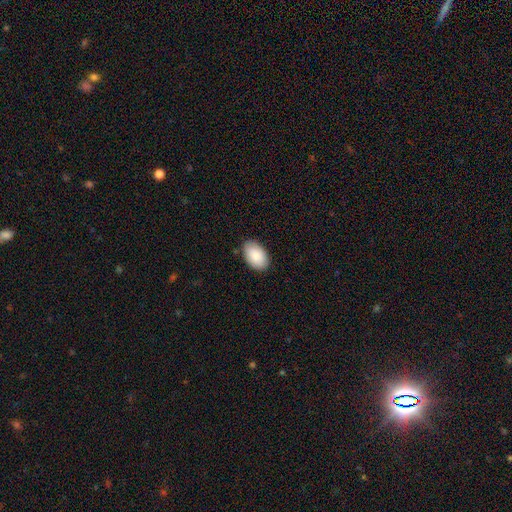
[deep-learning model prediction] Smooth or featured? smooth (88%)
How rounded? in between (92%)
Merging? none (85%)